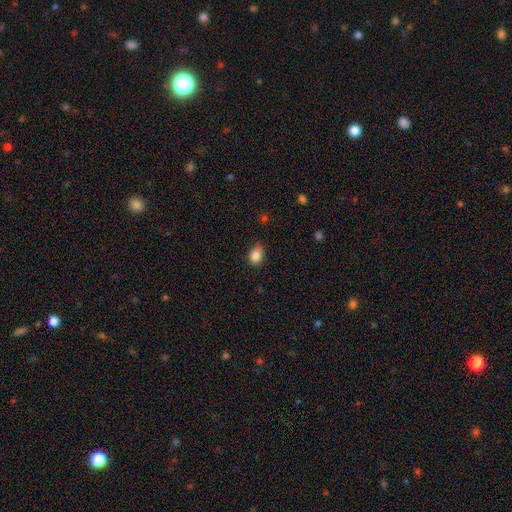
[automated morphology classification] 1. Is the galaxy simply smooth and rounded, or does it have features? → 85% smooth, 10% star or artifact, 5% featured or disk.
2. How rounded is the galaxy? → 62% in between, 37% round, 1% cigar-shaped.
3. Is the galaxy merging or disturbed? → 74% none, 22% minor disturbance, 3% major disturbance, 1% merger.